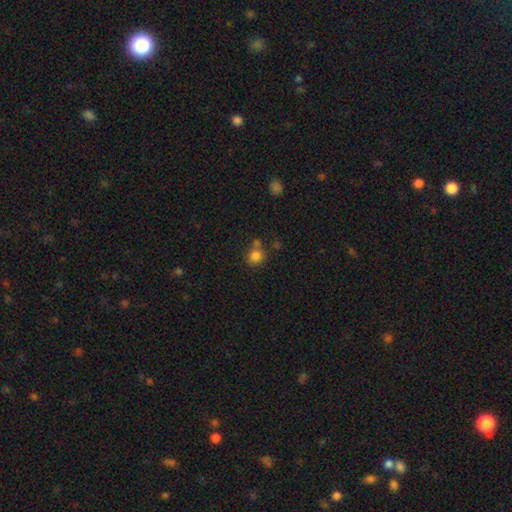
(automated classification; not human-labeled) Q: Smooth or featured?
A: smooth (82%); runner-up: star or artifact (12%)
Q: How rounded?
A: round (85%); runner-up: in between (14%)
Q: Merging?
A: none (61%); runner-up: merger (22%)